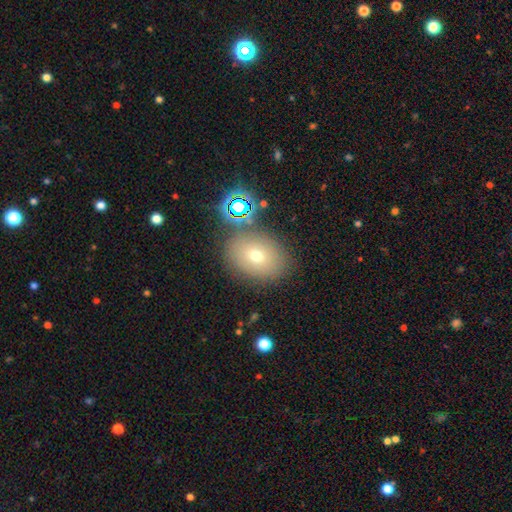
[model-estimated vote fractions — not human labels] This is likely a smooth galaxy (66%). How rounded: likely in between (64%). Merging: likely none (77%).